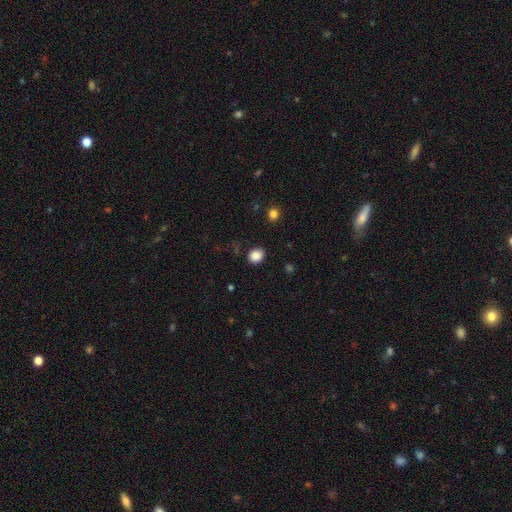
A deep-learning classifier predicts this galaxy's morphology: Smooth or featured? smooth (87%)
How rounded? round (62%)
Merging? none (84%)